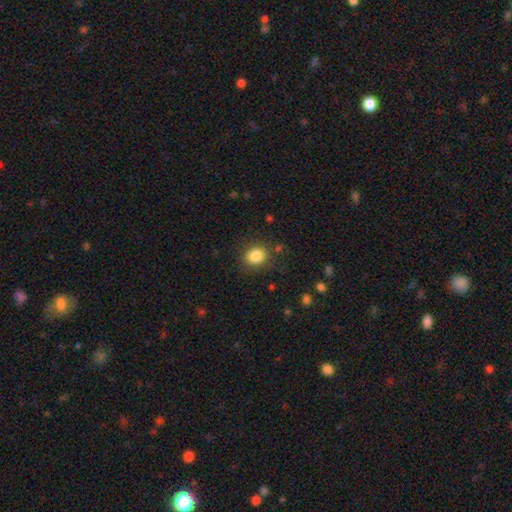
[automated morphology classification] smooth 85%, star or artifact 10%, featured or disk 5%. Down the decision tree: how rounded — round (72%); merging — none (84%).